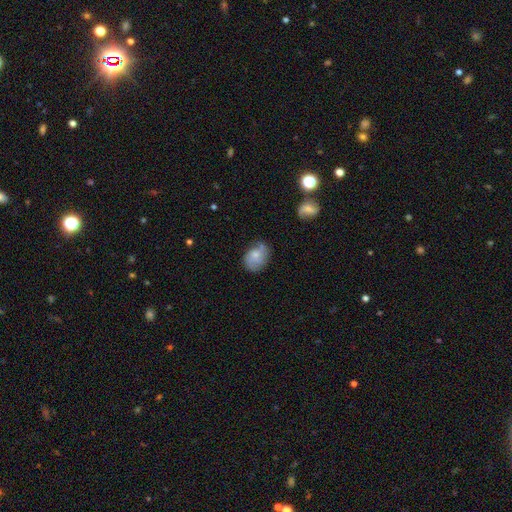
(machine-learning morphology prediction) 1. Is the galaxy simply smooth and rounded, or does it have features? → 60% smooth, 32% featured or disk, 8% star or artifact.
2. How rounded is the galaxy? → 64% in between, 35% round, 1% cigar-shaped.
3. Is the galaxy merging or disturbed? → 53% none, 32% minor disturbance, 12% major disturbance, 4% merger.